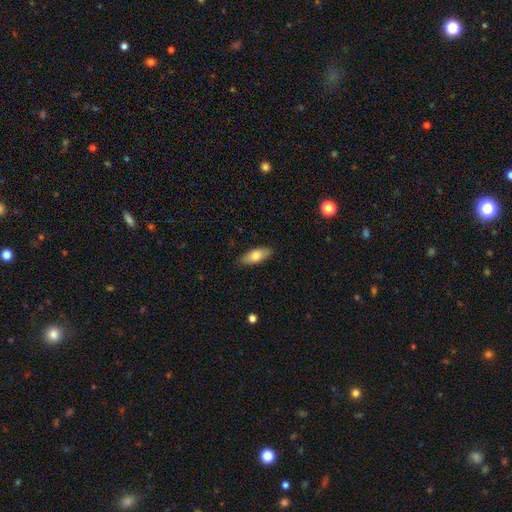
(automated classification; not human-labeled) smooth_or_featured: smooth (p=0.76) [alt: featured or disk p=0.18]
how_rounded: in between (p=0.76) [alt: cigar-shaped p=0.22]
merging: none (p=0.88) [alt: minor disturbance p=0.09]